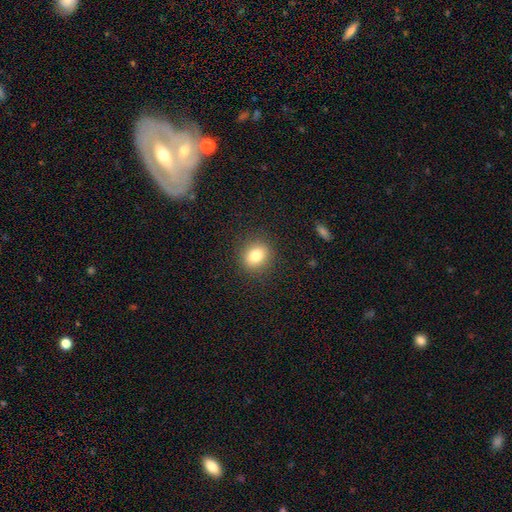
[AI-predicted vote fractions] Smooth or featured?
  - smooth: 81% *
  - star or artifact: 11%
  - featured or disk: 8%
How rounded?
  - round: 72% *
  - in between: 27%
  - cigar-shaped: 1%
Merging?
  - none: 89% *
  - minor disturbance: 8%
  - major disturbance: 3%
  - merger: 1%